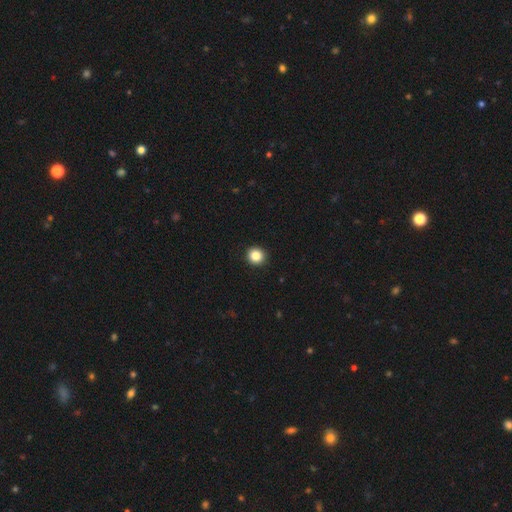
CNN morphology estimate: A smooth galaxy with no disk features (85%) that is round (93%). Merging: none (93%).